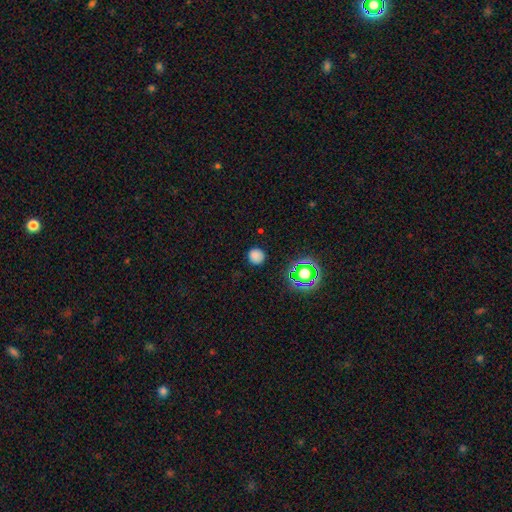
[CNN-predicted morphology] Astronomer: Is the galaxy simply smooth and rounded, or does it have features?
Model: smooth — 76%.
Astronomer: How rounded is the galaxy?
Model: round — 91%.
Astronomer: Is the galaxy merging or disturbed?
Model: none — 87%.